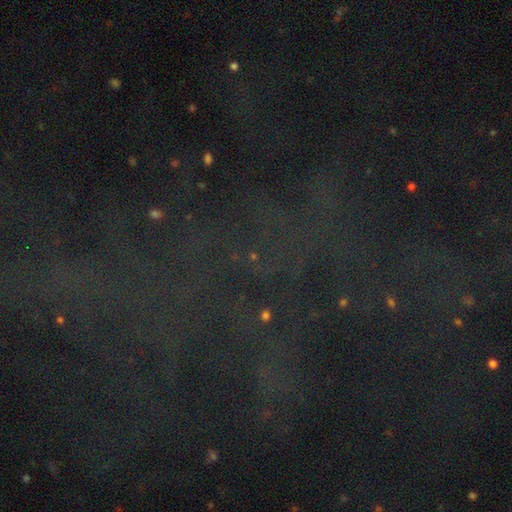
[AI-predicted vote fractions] The model was most divided on "smooth or featured": star or artifact: 74%, smooth: 14%, featured or disk: 12%.